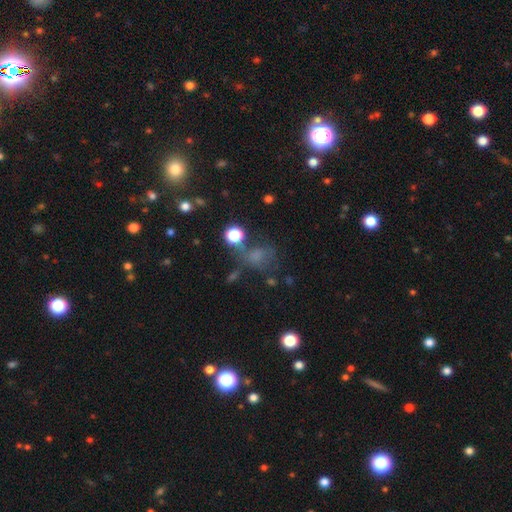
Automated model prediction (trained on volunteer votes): Smooth or featured? smooth (50%)
Merging? none (51%)